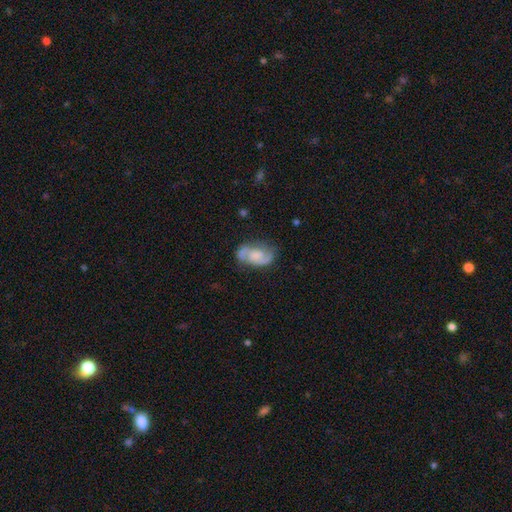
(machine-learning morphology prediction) featured or disk 71%, smooth 22%, star or artifact 7%. Down the decision tree: edge-on disk — no (97%); bar — no (58%); spiral arms — yes (90%); spiral arm count — 2 (85%); spiral winding — medium (49%); bulge size — none (33%); merging — none (63%).